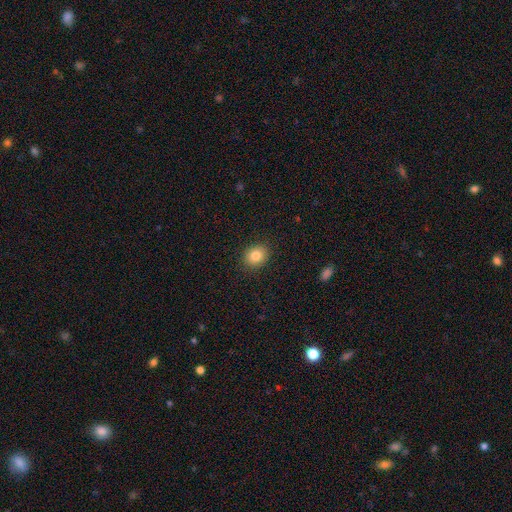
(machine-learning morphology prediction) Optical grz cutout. It shows a smooth galaxy with no disk features (83%) that is round (55%). Merging: none (89%).